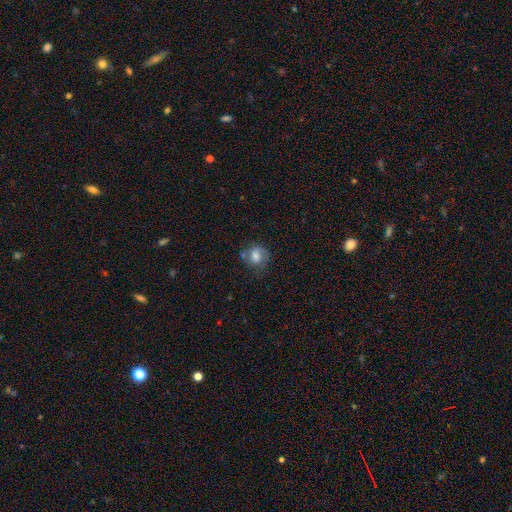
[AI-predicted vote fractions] Q: Smooth or featured?
A: smooth (57%); runner-up: featured or disk (33%)
Q: How rounded?
A: round (69%); runner-up: in between (29%)
Q: Merging?
A: none (56%); runner-up: minor disturbance (24%)